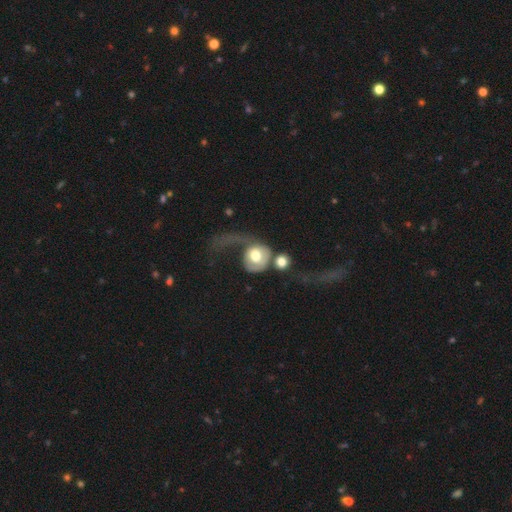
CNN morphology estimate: A smooth galaxy with no disk features (47%).

Vote fractions:
- Smooth or featured? smooth: 47% / featured or disk: 45% / star or artifact: 7%
- Merging? major disturbance: 51% / merger: 27% / none: 13% / minor disturbance: 9%